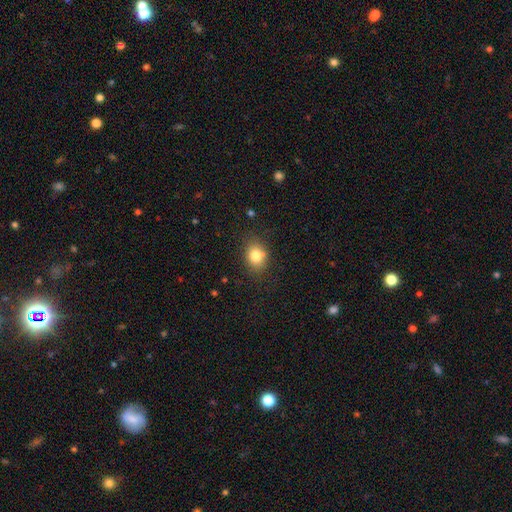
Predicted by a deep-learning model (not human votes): A smooth galaxy with no disk features (80%) that is in between round and cigar-shaped (55%). Merging: none (77%).